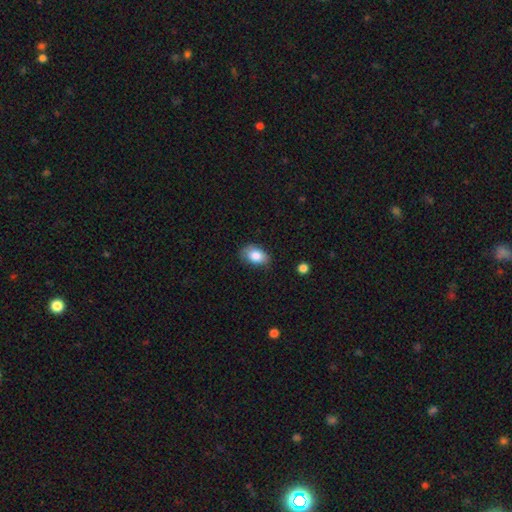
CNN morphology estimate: smooth_or_featured: smooth (p=0.84) [alt: featured or disk p=0.09]
how_rounded: in between (p=0.86) [alt: round p=0.13]
merging: none (p=0.68) [alt: minor disturbance p=0.25]